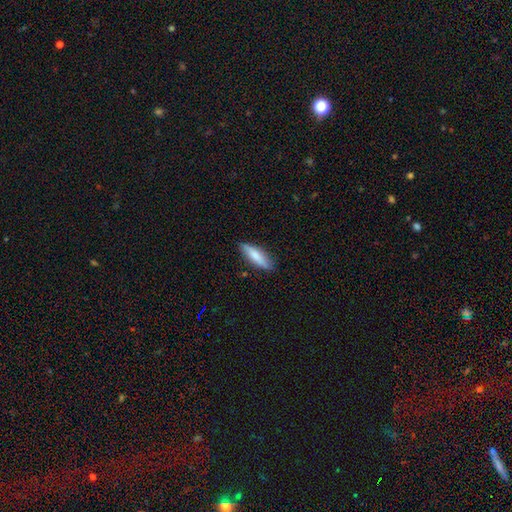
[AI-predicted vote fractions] Smooth or featured?
  - smooth: 77% *
  - featured or disk: 17%
  - star or artifact: 6%
How rounded?
  - cigar-shaped: 61% *
  - in between: 37%
  - round: 2%
Merging?
  - none: 83% *
  - minor disturbance: 13%
  - major disturbance: 2%
  - merger: 1%